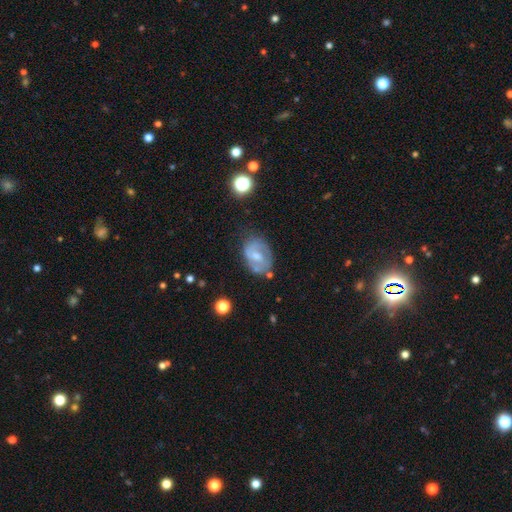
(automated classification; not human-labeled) Smooth or featured? featured or disk (63%)
Edge-on disk? no (96%)
Bar? weak (45%)
Spiral arms? yes (68%)
Bulge size? moderate (56%)
Merging? none (59%)